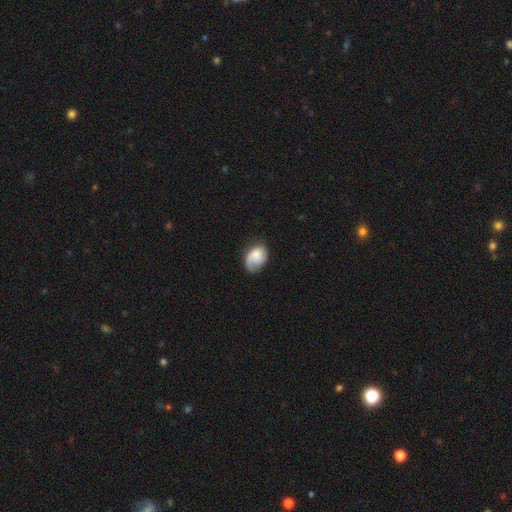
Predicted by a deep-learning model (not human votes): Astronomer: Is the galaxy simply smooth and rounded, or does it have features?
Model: smooth — 57% (runner-up: featured or disk, 35%).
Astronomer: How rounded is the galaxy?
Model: in between — 75%.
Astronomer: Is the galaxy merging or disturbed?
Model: none — 50% (runner-up: minor disturbance, 31%).